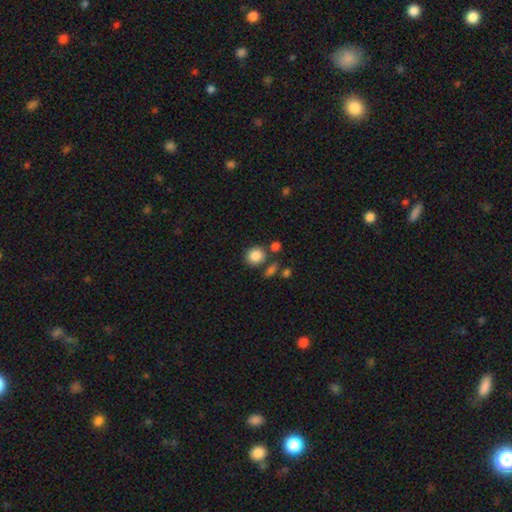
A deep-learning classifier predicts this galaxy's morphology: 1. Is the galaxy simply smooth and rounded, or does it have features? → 85% smooth, 9% star or artifact, 6% featured or disk.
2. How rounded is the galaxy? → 82% round, 17% in between, 1% cigar-shaped.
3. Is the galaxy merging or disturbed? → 73% none, 12% merger, 11% minor disturbance, 4% major disturbance.